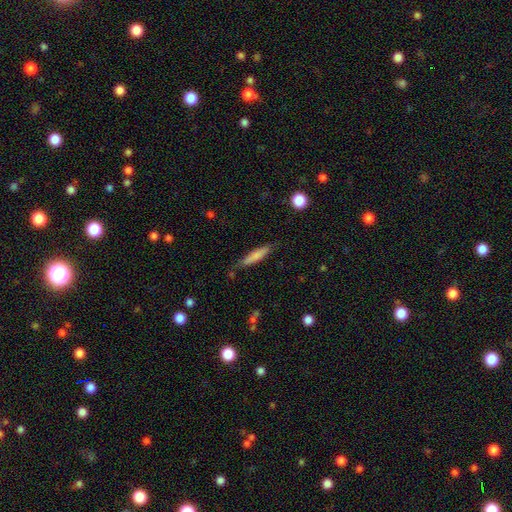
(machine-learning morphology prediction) Smooth or featured? Predicted: smooth (p=0.75). How rounded? Predicted: cigar-shaped (p=0.84). Merging? Predicted: none (p=0.78).